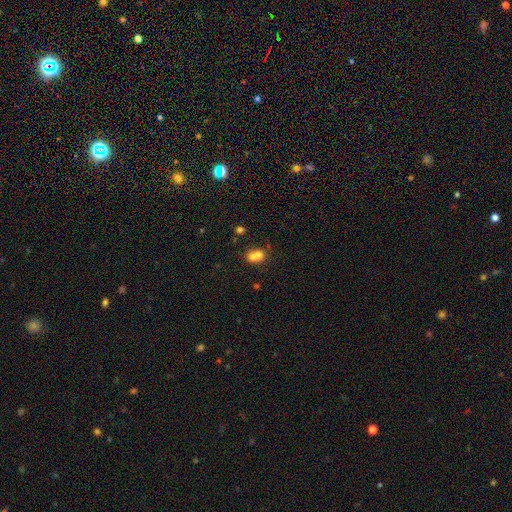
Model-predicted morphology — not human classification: This appears to be a smooth galaxy with no disk features (69%) that is round (59%). Merging: merger (65%).